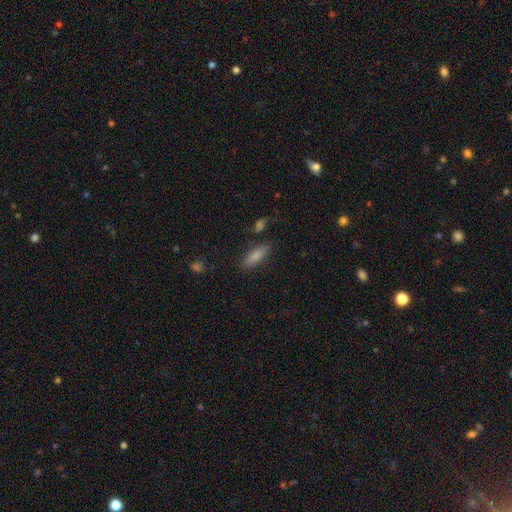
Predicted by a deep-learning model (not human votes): This is likely a smooth galaxy (79%). How rounded: possibly in between (53%). Merging: likely none (76%).